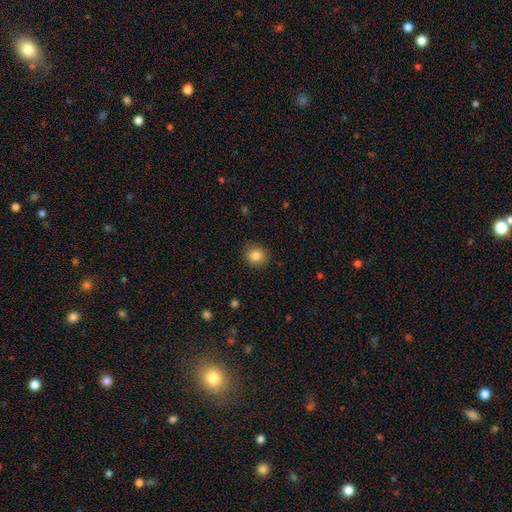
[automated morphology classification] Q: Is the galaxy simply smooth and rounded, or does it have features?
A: smooth — 84%.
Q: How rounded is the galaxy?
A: round — 82%.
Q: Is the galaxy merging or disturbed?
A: none — 89%.